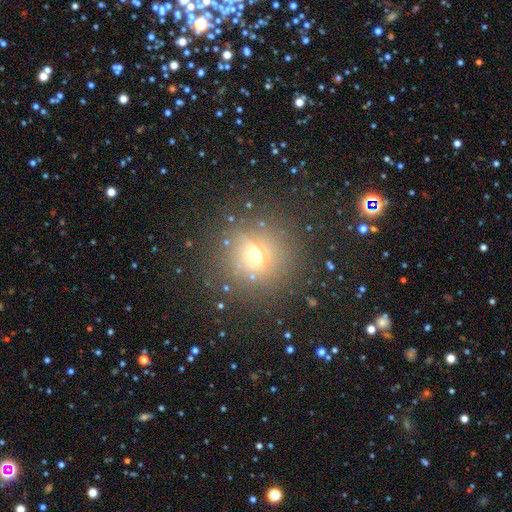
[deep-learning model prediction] Morphology: type=smooth (53%); roundness=round (86%); merging=none (78%).